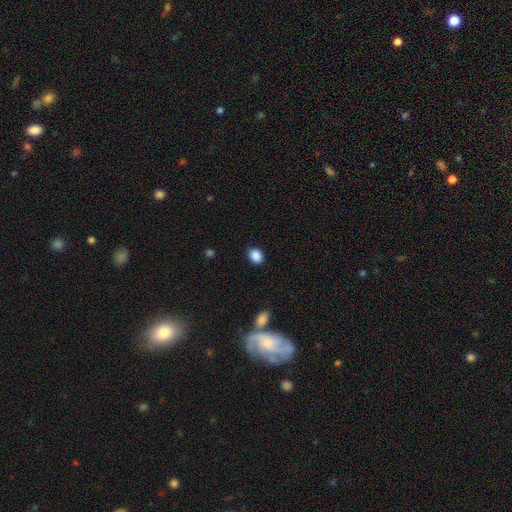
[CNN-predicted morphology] A smooth galaxy with no disk features (89%) that is round (51%).

Vote fractions:
- Smooth or featured? smooth: 89% / star or artifact: 9% / featured or disk: 3%
- How rounded? round: 51% / in between: 48% / cigar-shaped: 1%
- Merging? none: 88% / minor disturbance: 8% / major disturbance: 2% / merger: 1%